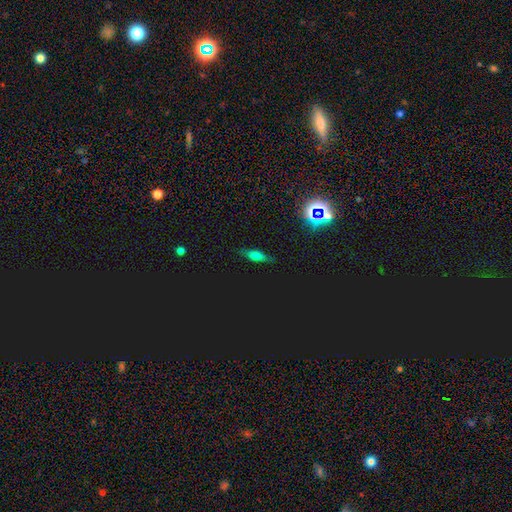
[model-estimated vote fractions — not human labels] A smooth galaxy with no disk features (50%). Merging: none (81%).